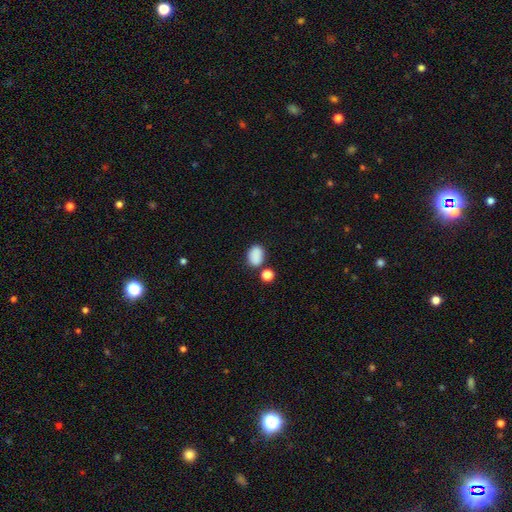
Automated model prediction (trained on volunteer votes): Smooth or featured: smooth — 86% (star or artifact — 9%)
How rounded: in between — 72% (round — 27%)
Merging: none — 70% (minor disturbance — 14%)